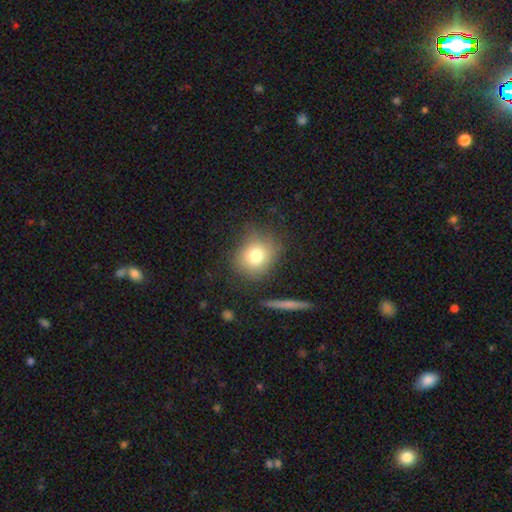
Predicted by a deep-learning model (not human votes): Morphology: type=smooth (76%); roundness=round (74%); merging=none (78%).